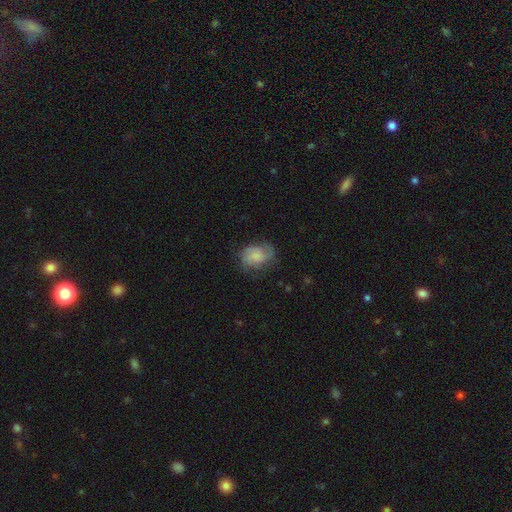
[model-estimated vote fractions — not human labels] Morphology: type=featured or disk (48%); merging=none (62%).